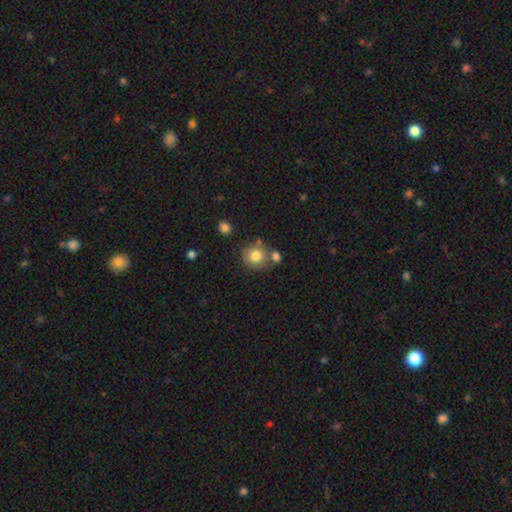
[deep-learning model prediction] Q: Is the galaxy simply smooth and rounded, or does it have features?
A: smooth — 79%.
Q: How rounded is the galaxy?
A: round — 86%.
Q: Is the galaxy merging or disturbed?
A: none — 61%.